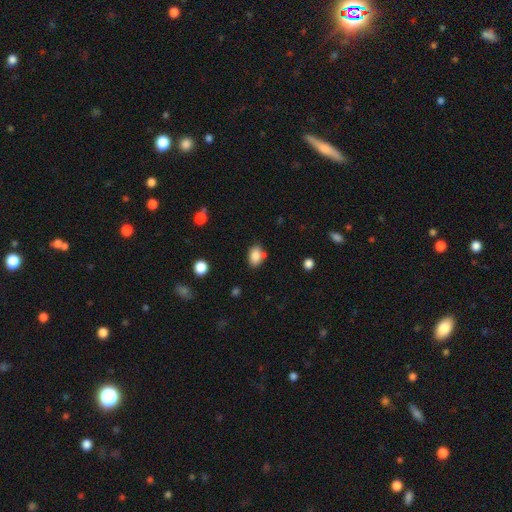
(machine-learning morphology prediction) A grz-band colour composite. It shows a smooth galaxy with no disk features (85%) that is in between round and cigar-shaped (78%). Merging: none (67%).